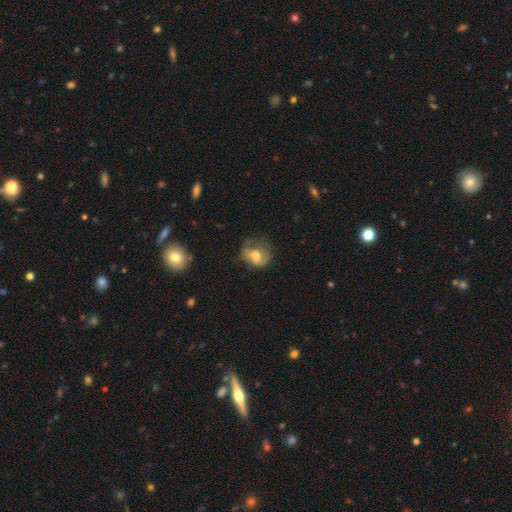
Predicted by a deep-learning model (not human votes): The model was most divided on "merging": none: 34%, major disturbance: 33%, minor disturbance: 30%, merger: 3%. More confident: smooth or featured — smooth (58%); how rounded — in between (54%).